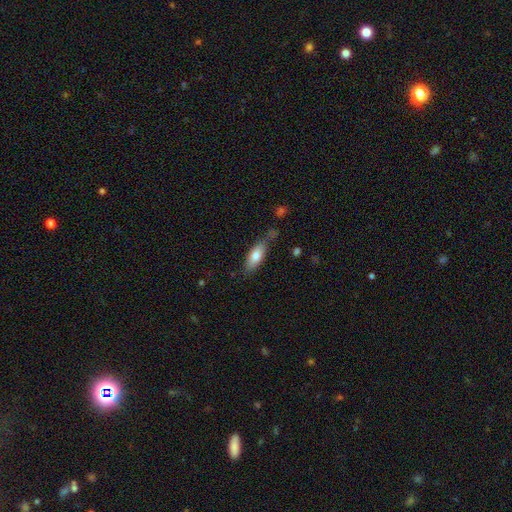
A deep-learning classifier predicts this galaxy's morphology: Overall: smooth (77%). How rounded: in between (73%). Merging: none (62%; minor disturbance 24%).